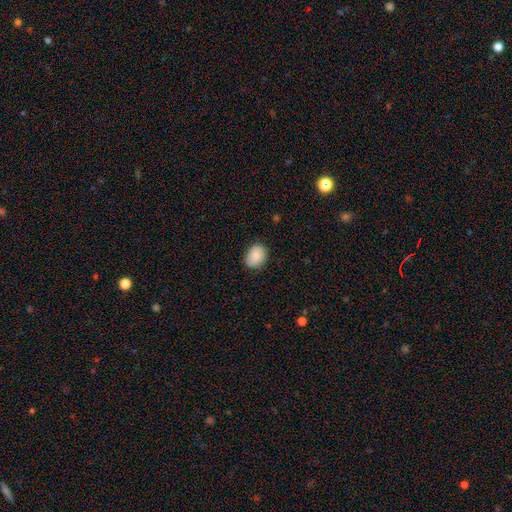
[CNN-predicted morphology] Smooth or featured?
  - smooth: 86% *
  - featured or disk: 7%
  - star or artifact: 7%
How rounded?
  - in between: 67% *
  - round: 32%
  - cigar-shaped: 1%
Merging?
  - none: 79% *
  - minor disturbance: 17%
  - major disturbance: 3%
  - merger: 1%